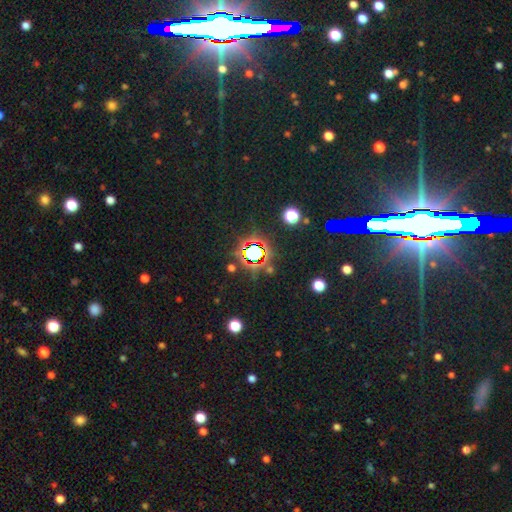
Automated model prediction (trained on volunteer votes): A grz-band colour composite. It shows a star or artifact, not a galaxy (78%).